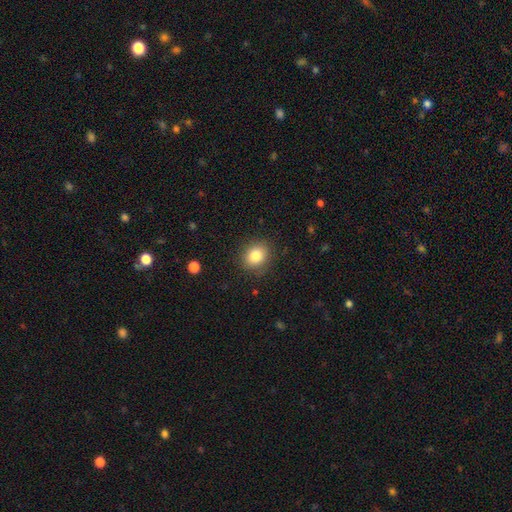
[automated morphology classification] Q: Smooth or featured?
A: smooth (82%); runner-up: star or artifact (10%)
Q: How rounded?
A: round (63%); runner-up: in between (36%)
Q: Merging?
A: none (87%); runner-up: minor disturbance (9%)